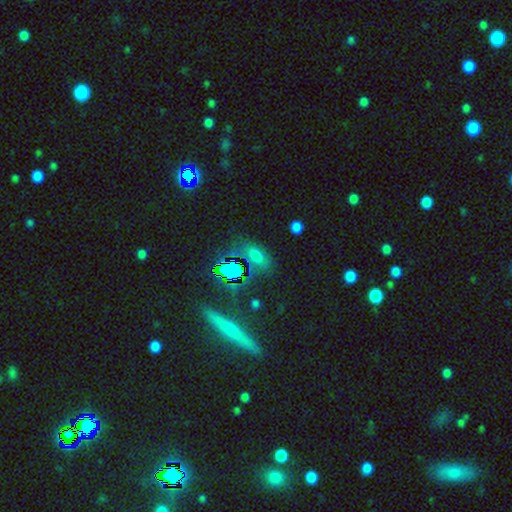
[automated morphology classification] The model was most divided on "smooth or featured": smooth: 51%, star or artifact: 35%, featured or disk: 14%. More confident: how rounded — in between (77%); merging — none (68%).